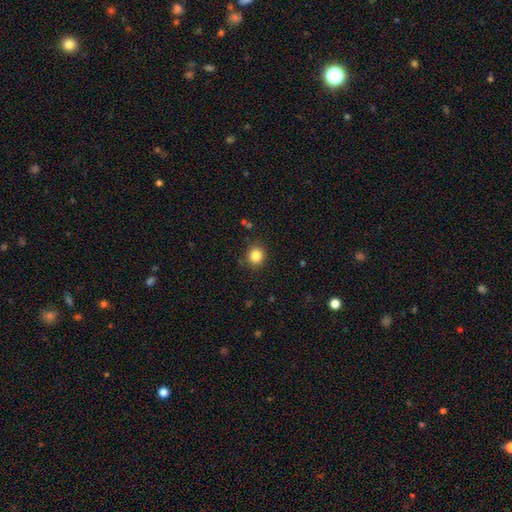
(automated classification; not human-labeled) smooth-or-featured: smooth: 84% | star or artifact: 11% | featured or disk: 5%
  how-rounded: round: 89% | in between: 10% | cigar-shaped: 1%
  merging: none: 88% | minor disturbance: 8% | major disturbance: 2% | merger: 2%